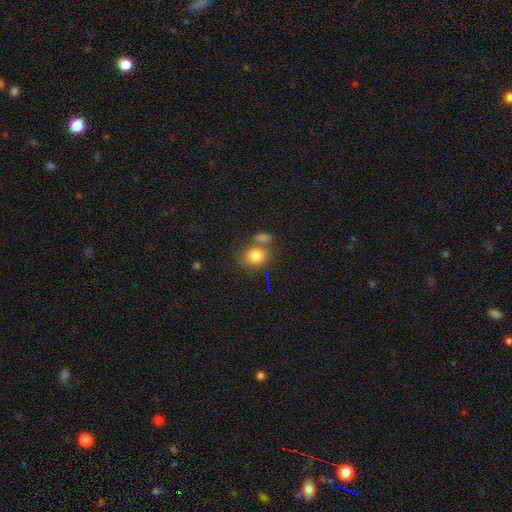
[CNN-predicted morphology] Smooth or featured? Predicted: smooth (p=0.81). How rounded? Predicted: round (p=0.57). Merging? Predicted: none (p=0.56).